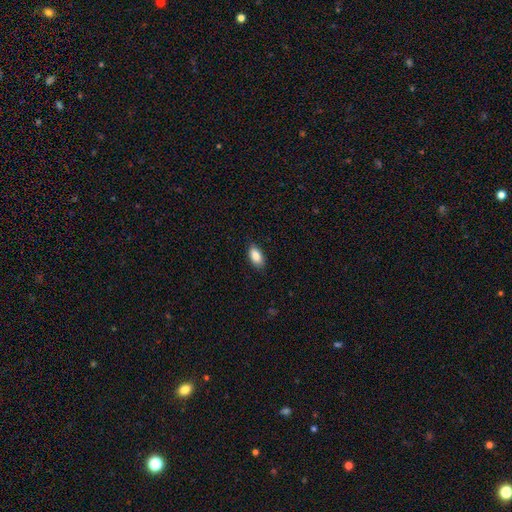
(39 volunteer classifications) Overall: smooth (82%). How rounded: in between (88%). Merging: none (87%).